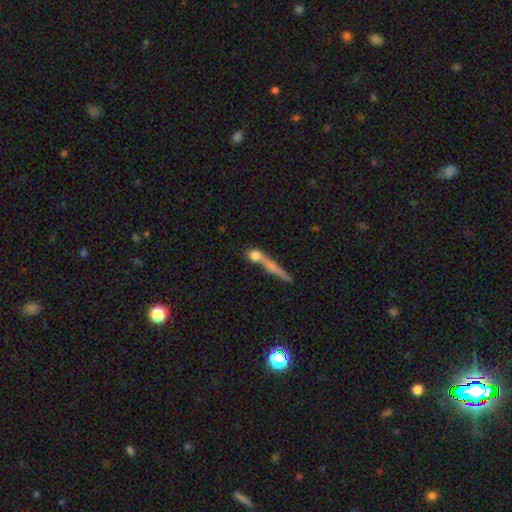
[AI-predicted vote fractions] Smooth or featured? smooth (64%)
How rounded? round (52%)
Merging? none (46%)